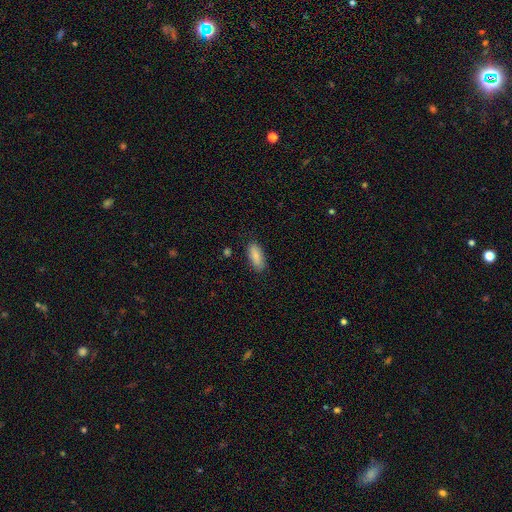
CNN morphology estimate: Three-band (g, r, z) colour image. It shows a smooth galaxy with no disk features (86%) that is in between round and cigar-shaped (80%). Merging: none (85%).